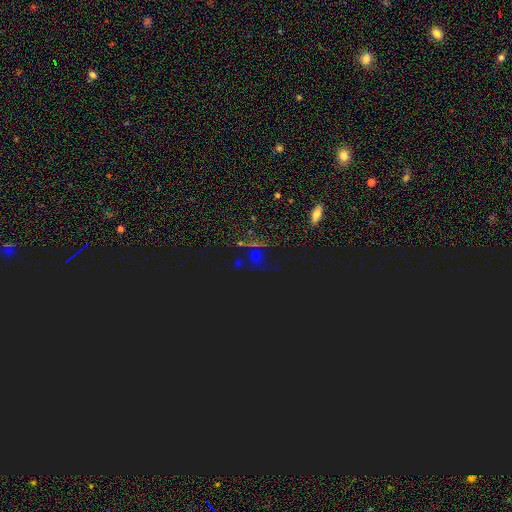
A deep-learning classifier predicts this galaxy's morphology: Overall: star or artifact (70%).